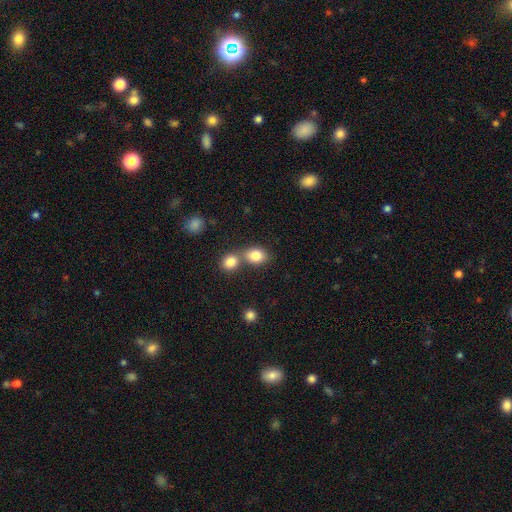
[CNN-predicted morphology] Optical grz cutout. It shows a smooth galaxy with no disk features (83%) that is in between round and cigar-shaped (57%). Merging: none (46%).